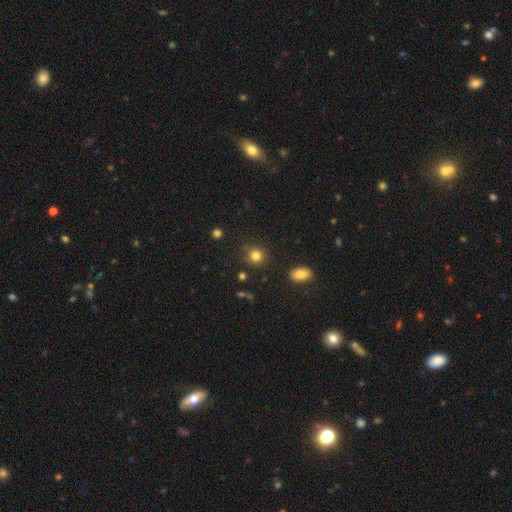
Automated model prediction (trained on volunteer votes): Morphology: type=smooth (82%); roundness=round (88%); merging=none (83%).